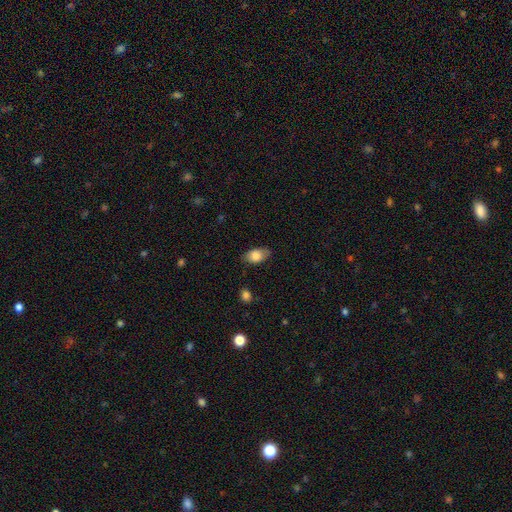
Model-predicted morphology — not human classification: Smooth or featured? smooth (81%)
How rounded? in between (89%)
Merging? none (75%)